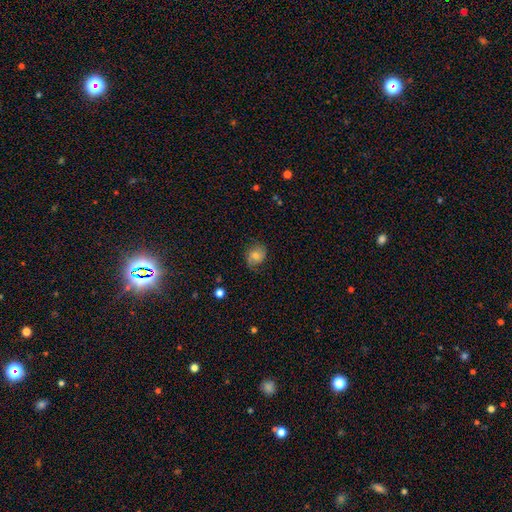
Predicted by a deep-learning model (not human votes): A smooth galaxy with no disk features (55%) that is round (61%).

Vote fractions:
- Smooth or featured? smooth: 55% / featured or disk: 35% / star or artifact: 10%
- How rounded? round: 61% / in between: 38% / cigar-shaped: 1%
- Merging? none: 70% / minor disturbance: 21% / major disturbance: 7% / merger: 1%